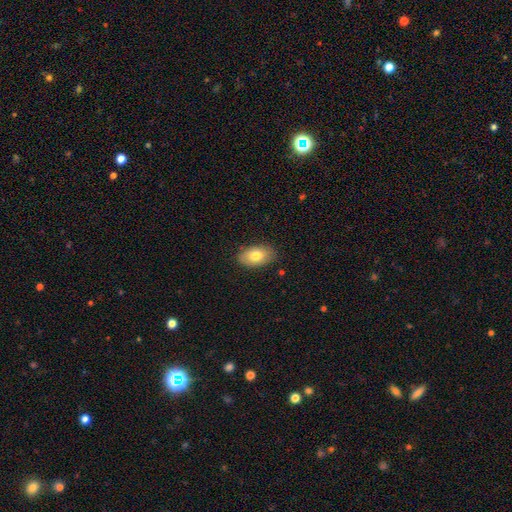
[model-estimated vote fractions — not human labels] Smooth or featured?
  - smooth: 77% *
  - featured or disk: 16%
  - star or artifact: 7%
How rounded?
  - in between: 92% *
  - round: 6%
  - cigar-shaped: 2%
Merging?
  - none: 84% *
  - minor disturbance: 12%
  - major disturbance: 2%
  - merger: 1%